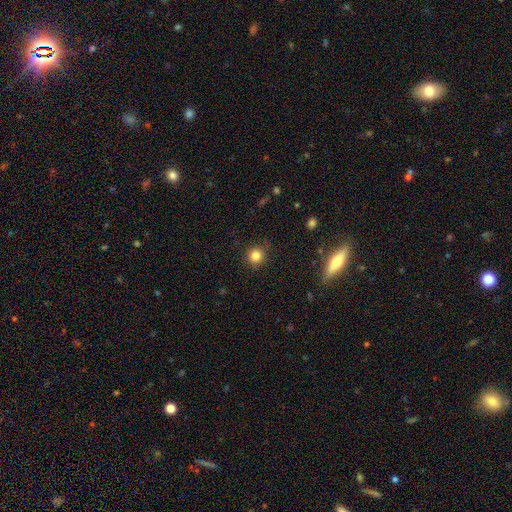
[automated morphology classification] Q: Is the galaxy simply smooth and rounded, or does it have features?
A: smooth — 83%.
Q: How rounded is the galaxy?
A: round — 91%.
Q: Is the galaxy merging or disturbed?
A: none — 85%.